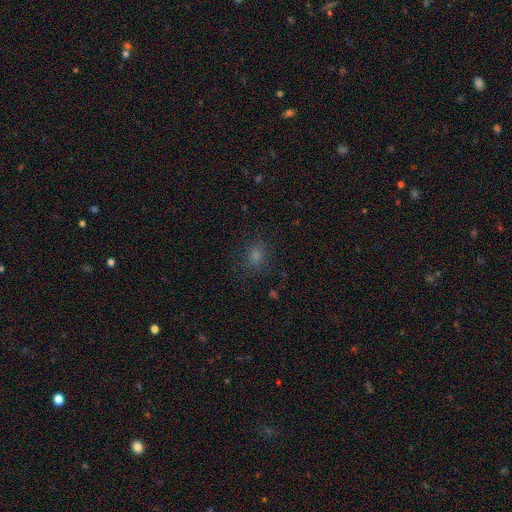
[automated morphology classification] smooth 71%, star or artifact 21%, featured or disk 8%. Down the decision tree: how rounded — round (52%); merging — none (77%).